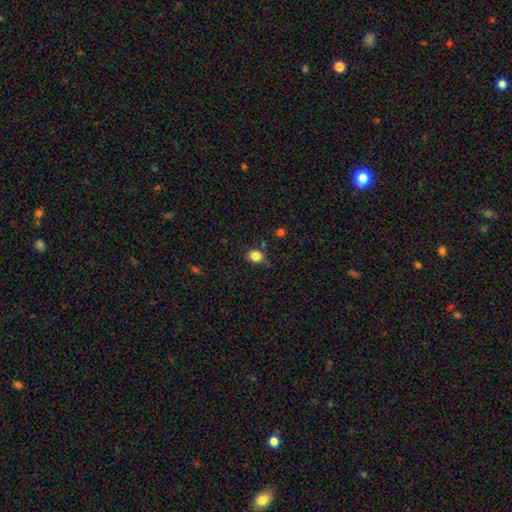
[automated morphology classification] This appears to be a smooth galaxy with no disk features (84%) that is round (70%). Merging: none (73%).